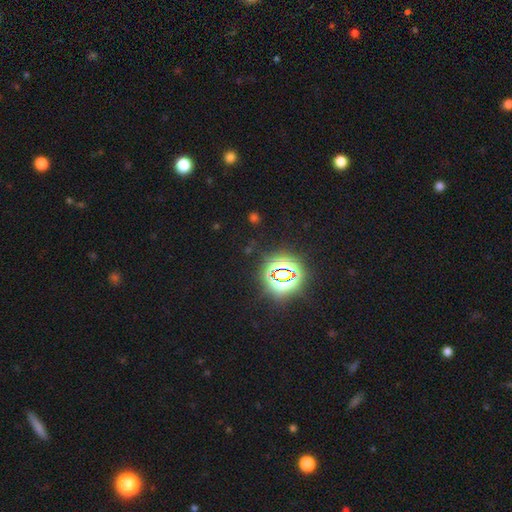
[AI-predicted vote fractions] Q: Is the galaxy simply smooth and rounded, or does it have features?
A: star or artifact — 83%.